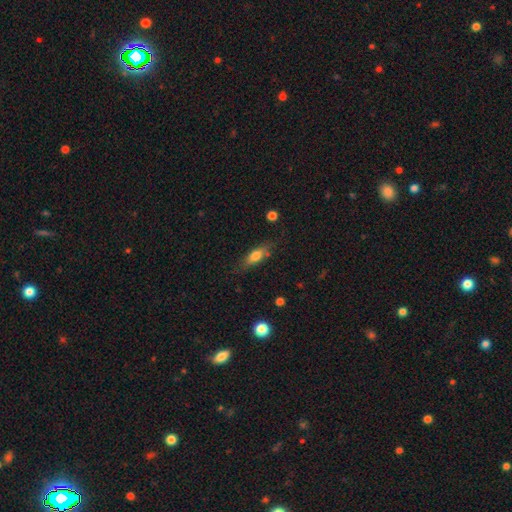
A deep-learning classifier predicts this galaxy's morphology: Smooth or featured?
  - smooth: 69% *
  - featured or disk: 23%
  - star or artifact: 8%
How rounded?
  - in between: 57% *
  - cigar-shaped: 39%
  - round: 4%
Merging?
  - none: 73% *
  - minor disturbance: 19%
  - major disturbance: 6%
  - merger: 2%